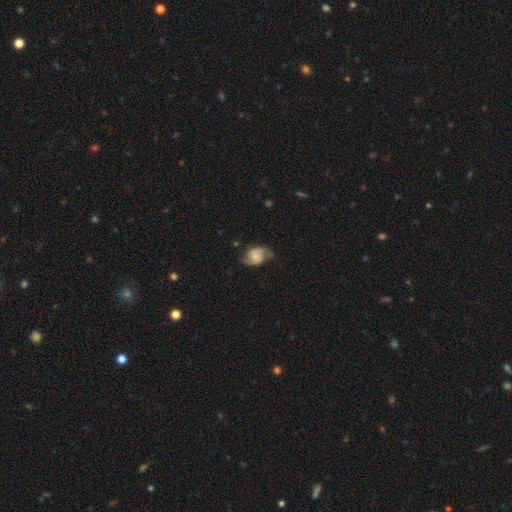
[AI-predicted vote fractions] smooth_or_featured: featured or disk (p=0.71) [alt: smooth p=0.22]
disk_edge_on: no (p=0.97) [alt: yes p=0.03]
bar: no (p=0.55) [alt: weak p=0.36]
has_spiral_arms: yes (p=0.93) [alt: no p=0.07]
spiral_winding: medium (p=0.49) [alt: loose p=0.31]
spiral_arm_count: 2 (p=0.90) [alt: can't tell p=0.05]
bulge_size: small (p=0.47) [alt: moderate p=0.28]
merging: none (p=0.69) [alt: minor disturbance p=0.20]